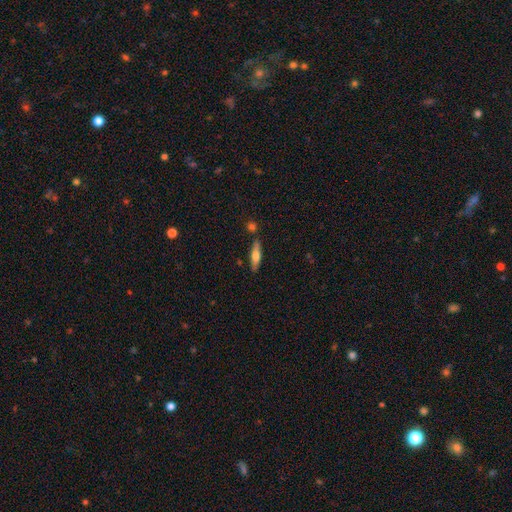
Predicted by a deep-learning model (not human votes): The model was most divided on "smooth or featured": smooth: 56%, featured or disk: 38%, star or artifact: 6%. More confident: merging — none (79%); how rounded — cigar-shaped (73%).